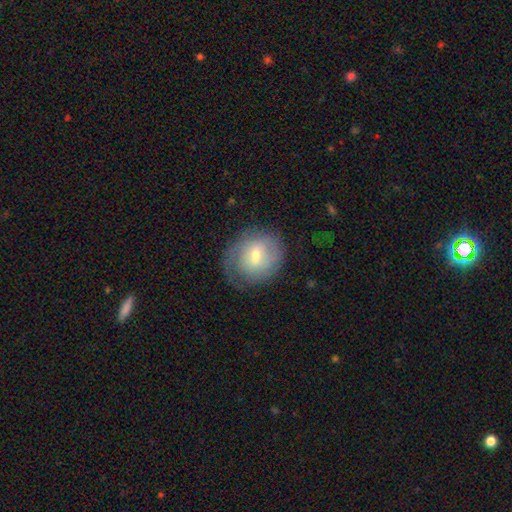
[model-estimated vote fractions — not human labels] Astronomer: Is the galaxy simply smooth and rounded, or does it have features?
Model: featured or disk — 48% (runner-up: smooth, 44%).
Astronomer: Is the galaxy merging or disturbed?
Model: none — 68%.